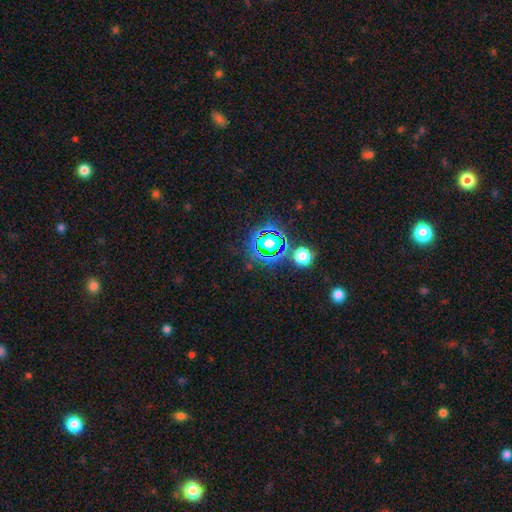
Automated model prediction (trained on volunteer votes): The model was most divided on "smooth or featured": star or artifact: 78%, smooth: 15%, featured or disk: 7%.